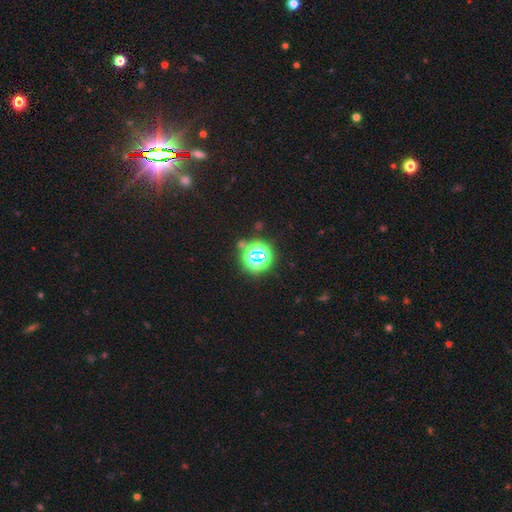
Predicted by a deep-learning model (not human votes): Morphology: type=star or artifact (70%).